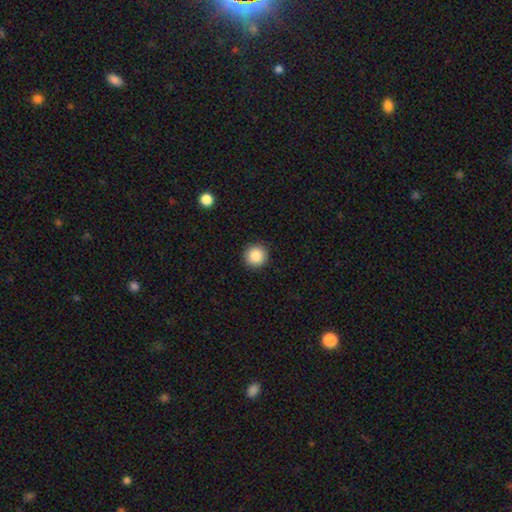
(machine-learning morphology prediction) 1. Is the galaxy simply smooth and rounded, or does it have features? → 87% smooth, 9% star or artifact, 5% featured or disk.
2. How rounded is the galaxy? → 95% round, 4% in between, 1% cigar-shaped.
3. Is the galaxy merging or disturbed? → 92% none, 5% minor disturbance, 2% major disturbance, 1% merger.